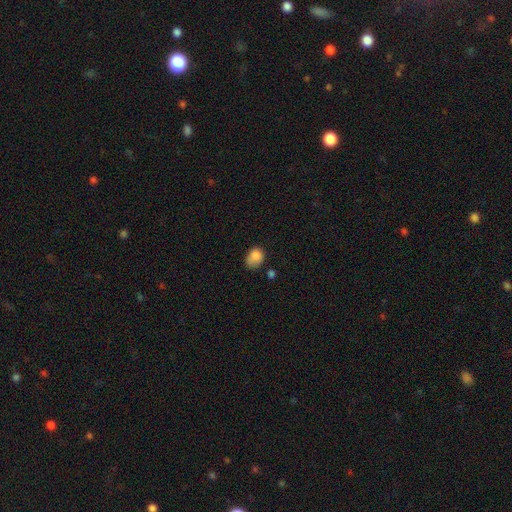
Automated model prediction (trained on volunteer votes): smooth_or_featured: smooth (p=0.82) [alt: star or artifact p=0.09]
how_rounded: in between (p=0.61) [alt: round p=0.38]
merging: none (p=0.43) [alt: minor disturbance p=0.37]